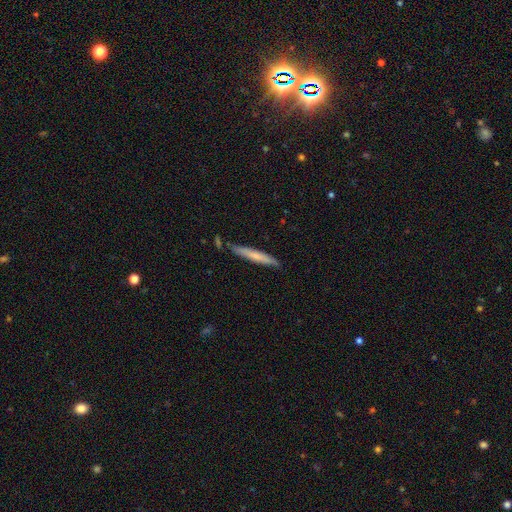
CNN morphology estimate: A smooth galaxy with no disk features (59%) that is cigar-shaped (95%). Merging: none (81%).